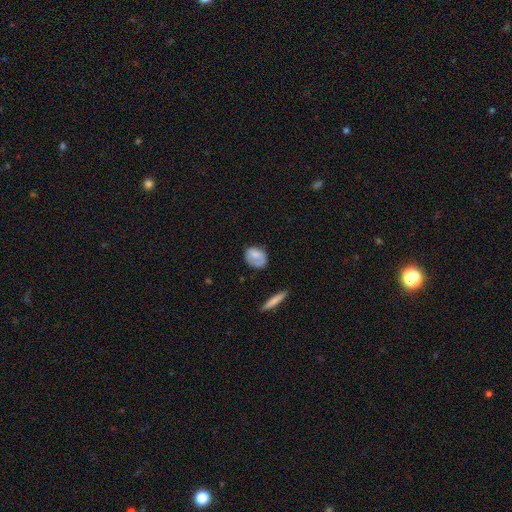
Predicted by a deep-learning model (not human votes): Overall: smooth (77%). How rounded: in between (64%; round 34%). Merging: none (65%; minor disturbance 25%).